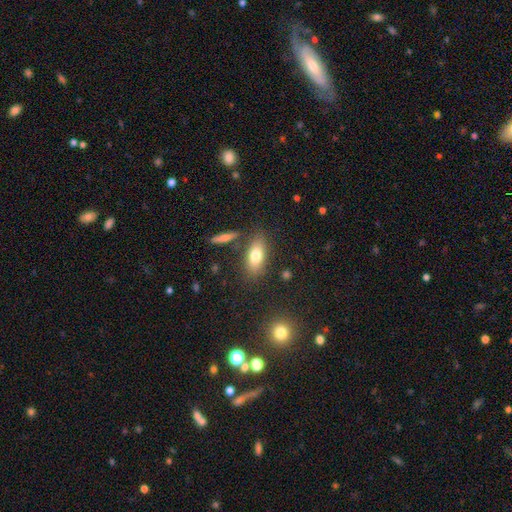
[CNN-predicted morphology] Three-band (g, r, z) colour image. It shows a smooth galaxy with no disk features (77%) that is in between round and cigar-shaped (83%). Merging: none (78%).